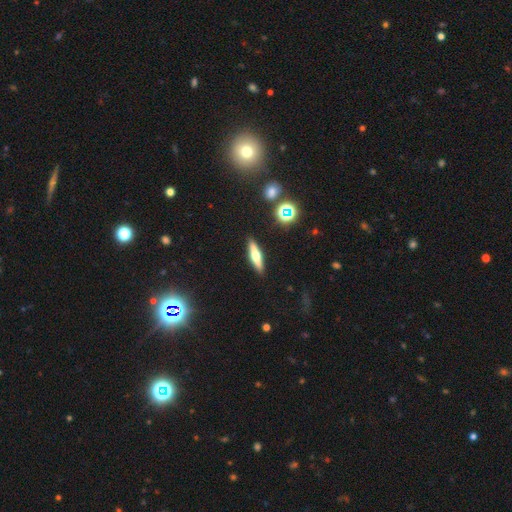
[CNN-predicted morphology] This appears to be a featured or disk galaxy (46%). Merging: none (89%).